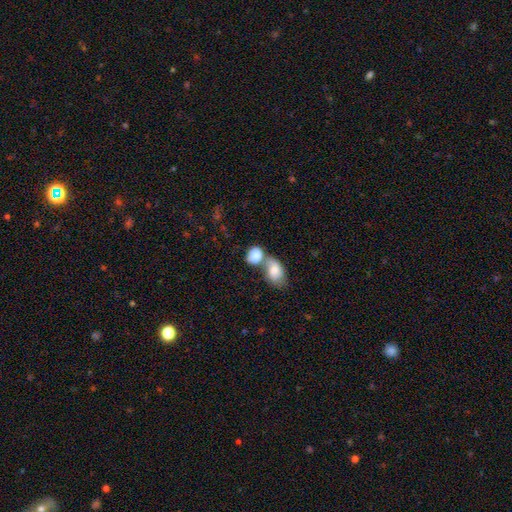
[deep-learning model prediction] smooth-or-featured: smooth: 83% | featured or disk: 11% | star or artifact: 7%
  how-rounded: in between: 67% | round: 31% | cigar-shaped: 2%
  merging: merger: 66% | none: 22% | minor disturbance: 8% | major disturbance: 4%